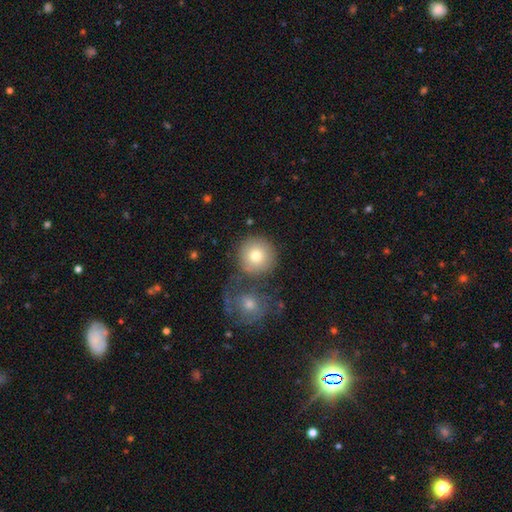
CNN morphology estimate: A smooth galaxy with no disk features (79%) that is round (95%). Merging: none (73%).